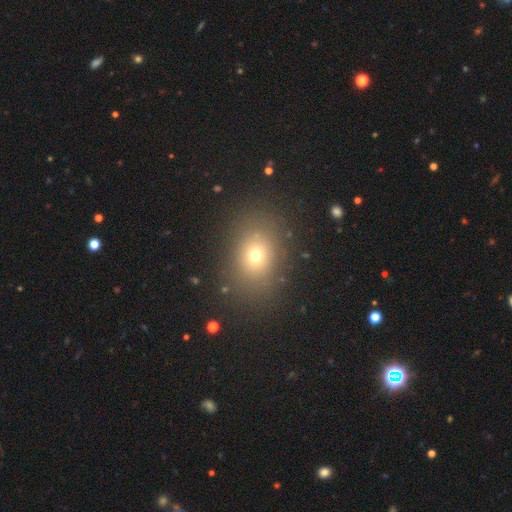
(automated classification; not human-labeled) A smooth galaxy with no disk features (68%) that is in between round and cigar-shaped (52%). Merging: none (84%).